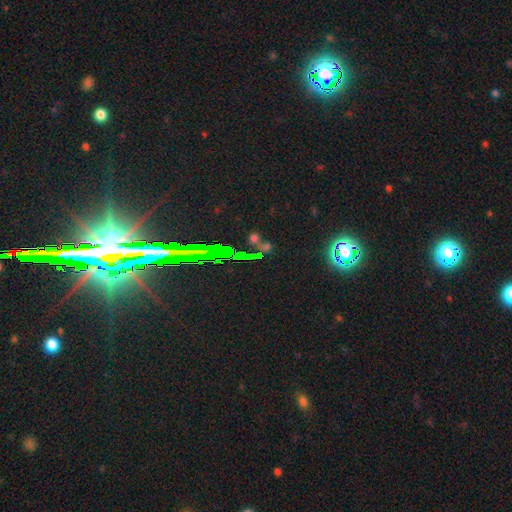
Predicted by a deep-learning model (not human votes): smooth_or_featured: star or artifact (p=0.56) [alt: smooth p=0.29]